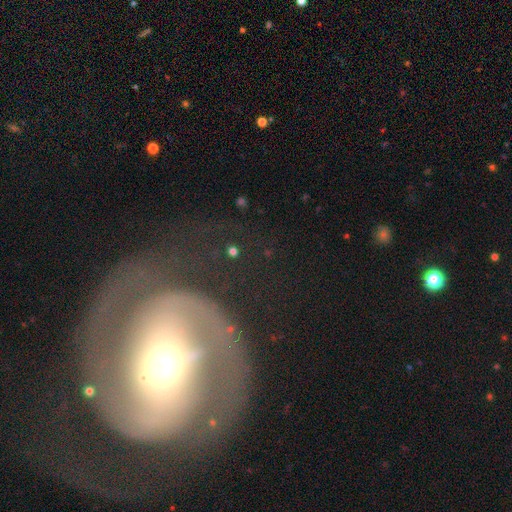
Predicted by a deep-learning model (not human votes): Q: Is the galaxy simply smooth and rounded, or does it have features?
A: featured or disk — 86%.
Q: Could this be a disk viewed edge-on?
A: no — 97%.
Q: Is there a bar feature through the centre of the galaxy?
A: no — 43%.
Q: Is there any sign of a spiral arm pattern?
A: yes — 94%.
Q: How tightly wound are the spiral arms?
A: medium — 45%.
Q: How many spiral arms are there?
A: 2 — 87%.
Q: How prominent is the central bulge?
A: moderate — 61%.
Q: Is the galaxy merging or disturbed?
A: none — 69%.